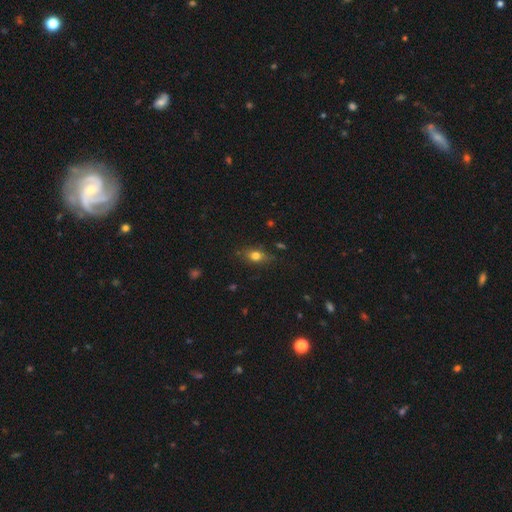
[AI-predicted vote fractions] This appears to be a smooth galaxy with no disk features (72%) that is in between round and cigar-shaped (66%). Merging: none (75%).